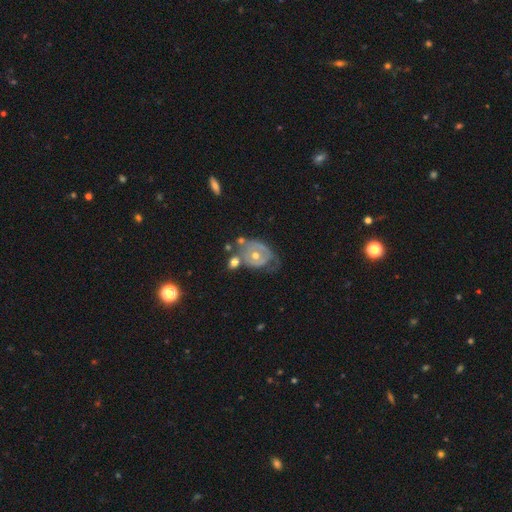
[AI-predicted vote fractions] Smooth or featured? Predicted: featured or disk (p=0.67). Edge-on disk? Predicted: no (p=0.96). Bar? Predicted: no (p=0.83). Spiral arms? Predicted: yes (p=0.51). Bulge size? Predicted: moderate (p=0.61). Merging? Predicted: none (p=0.36).